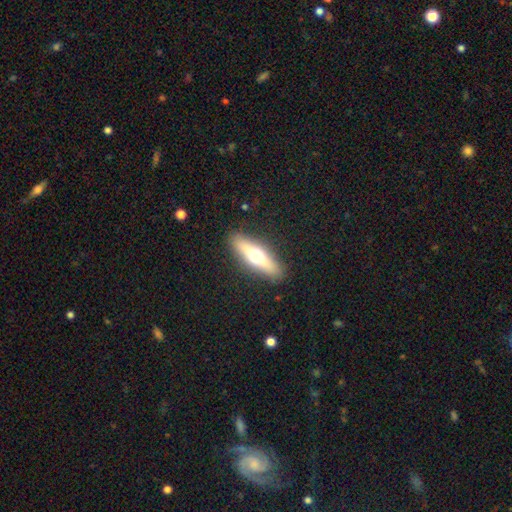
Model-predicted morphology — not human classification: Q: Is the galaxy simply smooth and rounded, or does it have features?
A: featured or disk — 48%.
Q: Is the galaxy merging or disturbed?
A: none — 89%.